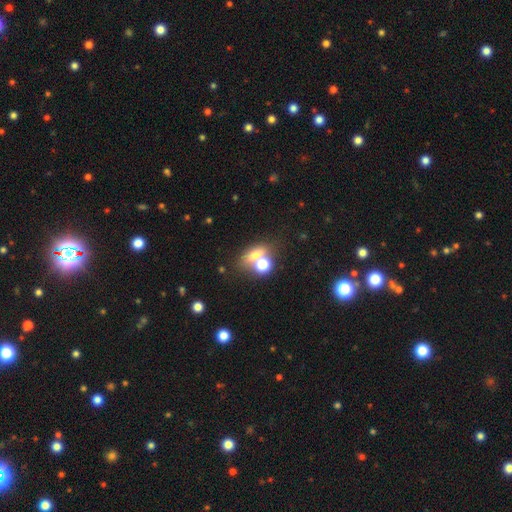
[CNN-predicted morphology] Smooth or featured: smooth — 63% (star or artifact — 19%)
How rounded: in between — 58% (round — 36%)
Merging: none — 43% (merger — 40%)